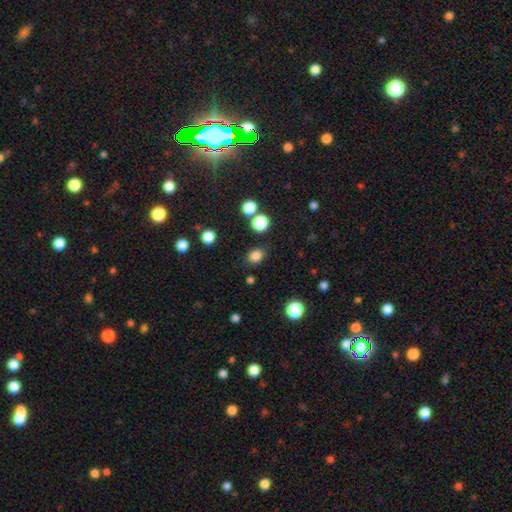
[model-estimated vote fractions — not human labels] smooth_or_featured: smooth (p=0.83) [alt: star or artifact p=0.13]
how_rounded: round (p=0.62) [alt: in between p=0.37]
merging: none (p=0.82) [alt: minor disturbance p=0.11]